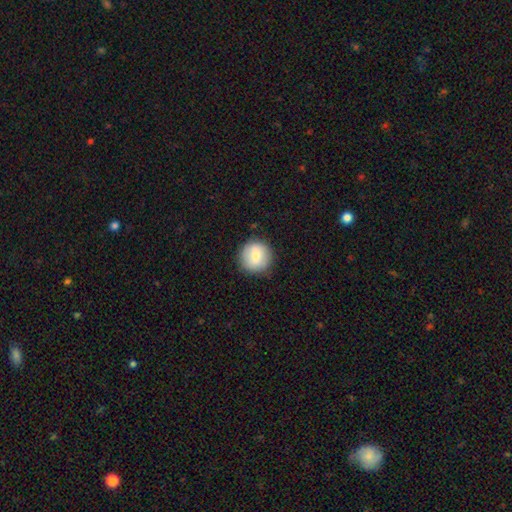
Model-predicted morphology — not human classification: type=smooth (75%); roundness=round (94%); merging=none (86%).